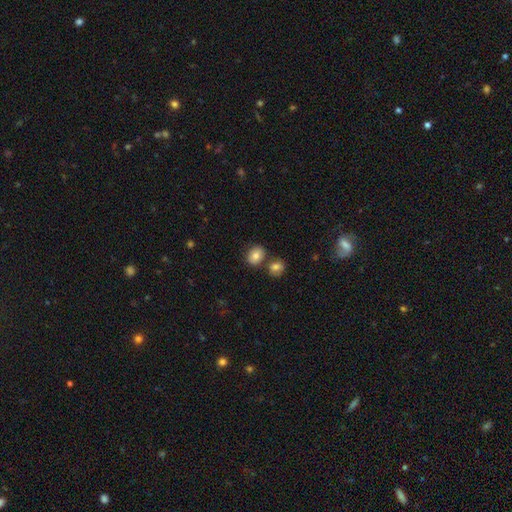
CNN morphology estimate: Smooth or featured?
  - smooth: 81% *
  - featured or disk: 10%
  - star or artifact: 9%
How rounded?
  - in between: 52% *
  - round: 47%
  - cigar-shaped: 1%
Merging?
  - none: 67% *
  - merger: 20%
  - minor disturbance: 10%
  - major disturbance: 3%